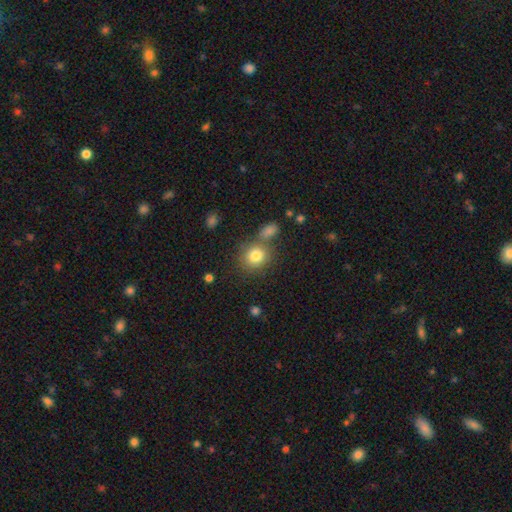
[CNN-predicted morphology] type=smooth (80%); roundness=round (78%); merging=none (64%).